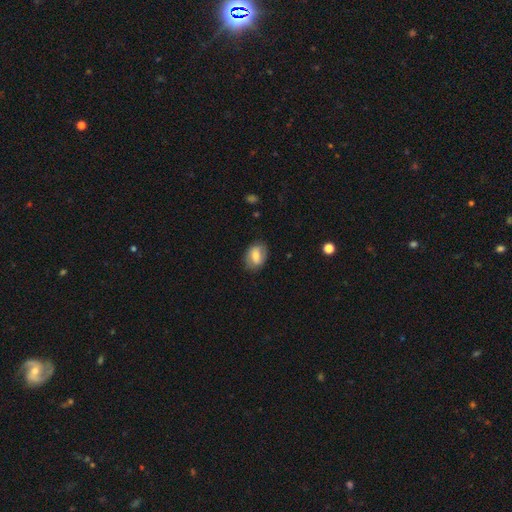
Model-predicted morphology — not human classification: A smooth galaxy with no disk features (59%) that is in between round and cigar-shaped (77%). Merging: none (80%).